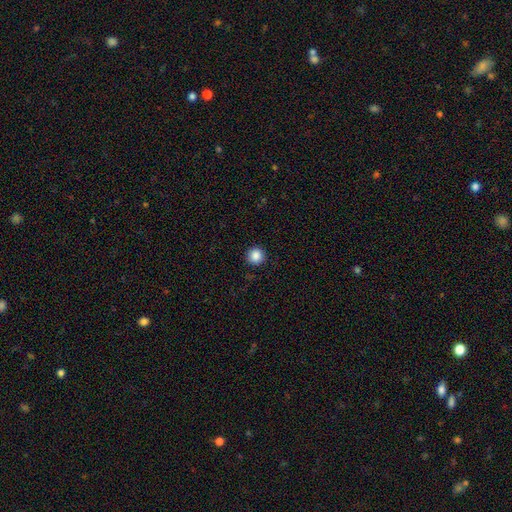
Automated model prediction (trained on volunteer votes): Overall: smooth (87%). How rounded: round (95%). Merging: none (92%).